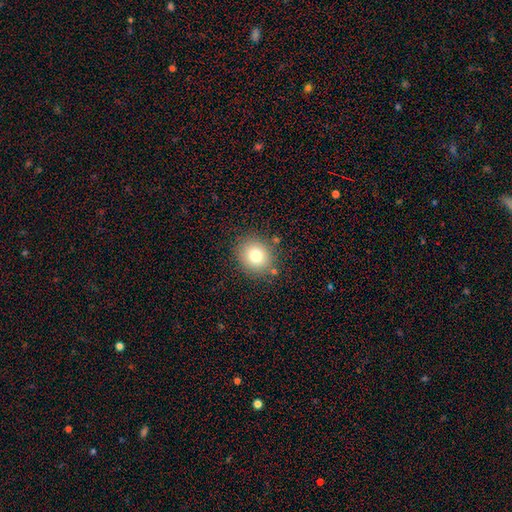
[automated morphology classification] A smooth galaxy with no disk features (77%) that is round (80%).

Vote fractions:
- Smooth or featured? smooth: 77% / star or artifact: 13% / featured or disk: 10%
- How rounded? round: 80% / in between: 20% / cigar-shaped: 1%
- Merging? none: 85% / minor disturbance: 9% / major disturbance: 3% / merger: 3%